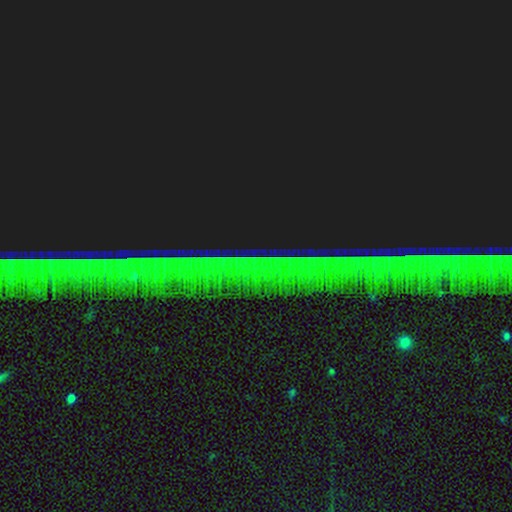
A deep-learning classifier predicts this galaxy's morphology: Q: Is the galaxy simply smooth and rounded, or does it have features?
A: star or artifact — 87%.